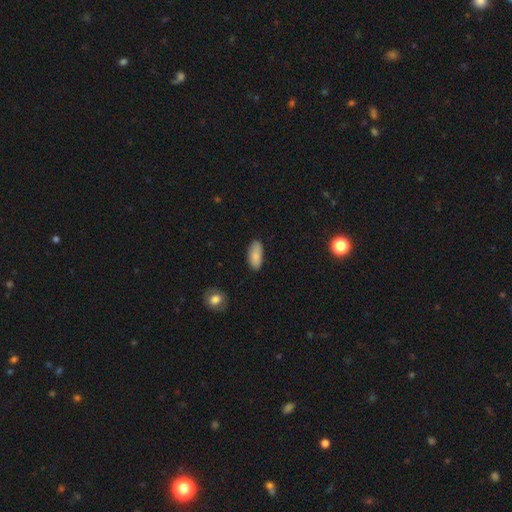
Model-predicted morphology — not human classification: Smooth or featured: smooth — 84% (featured or disk — 9%)
How rounded: in between — 89% (cigar-shaped — 9%)
Merging: none — 81% (minor disturbance — 15%)